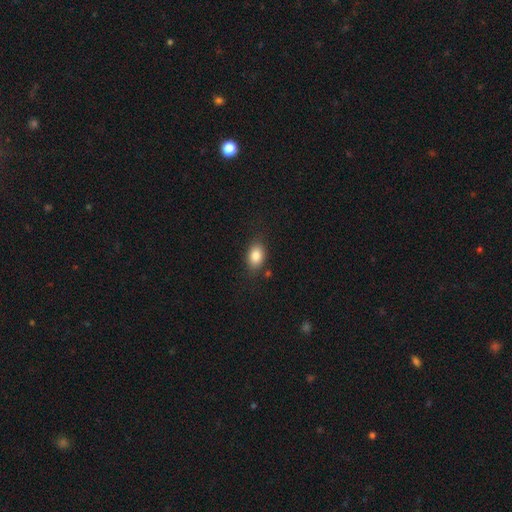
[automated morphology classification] Smooth or featured? Predicted: smooth (p=0.84). How rounded? Predicted: in between (p=0.83). Merging? Predicted: none (p=0.80).